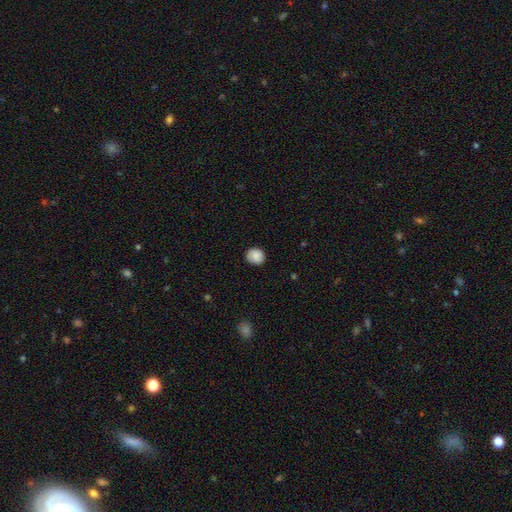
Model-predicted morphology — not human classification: smooth 86%, star or artifact 8%, featured or disk 6%. Down the decision tree: how rounded — round (80%); merging — none (84%).